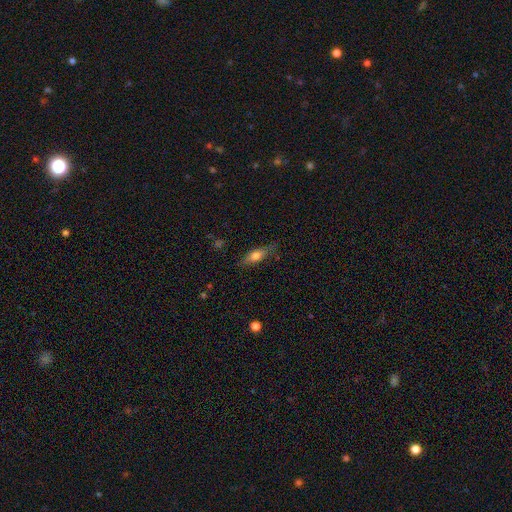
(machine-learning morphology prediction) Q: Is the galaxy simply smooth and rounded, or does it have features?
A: smooth — 65%.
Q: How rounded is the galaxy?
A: in between — 58%.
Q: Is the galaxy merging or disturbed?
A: none — 73%.